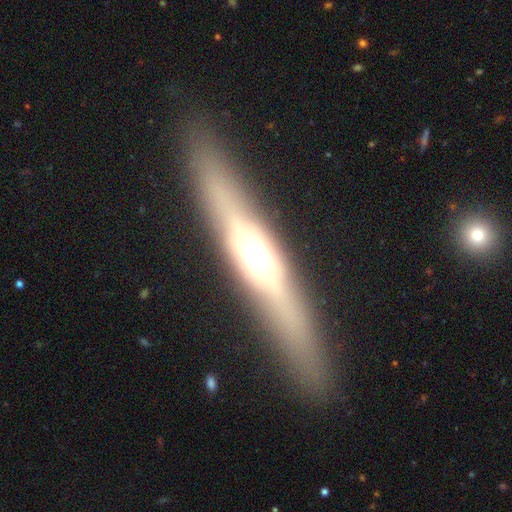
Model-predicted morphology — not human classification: A featured or disk galaxy (68%) viewed edge-on (92%) with a rounded central bulge (84%). Merging: none (89%).